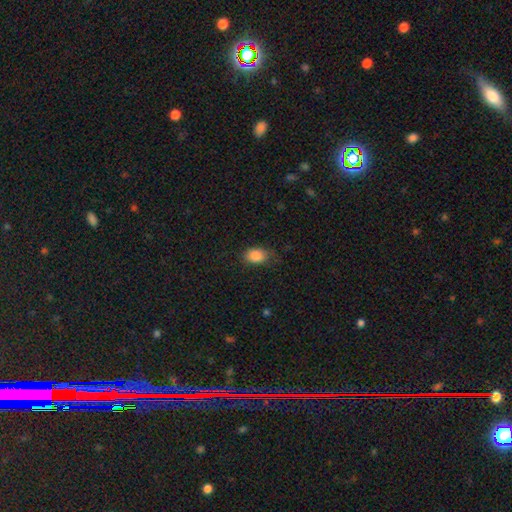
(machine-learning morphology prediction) smooth_or_featured: smooth (p=0.87) [alt: star or artifact p=0.09]
how_rounded: in between (p=0.79) [alt: round p=0.20]
merging: none (p=0.71) [alt: minor disturbance p=0.22]